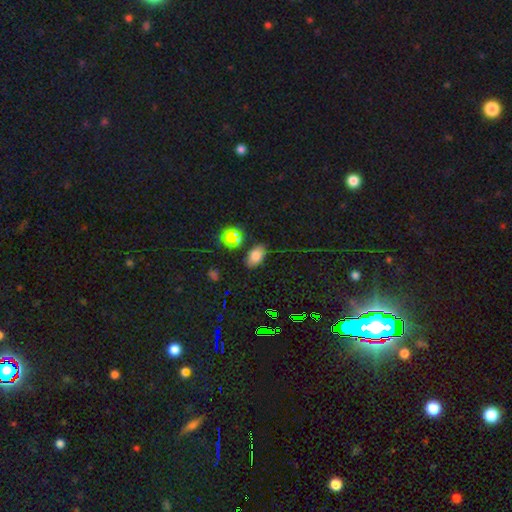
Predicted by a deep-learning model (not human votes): Q: Smooth or featured?
A: smooth (73%); runner-up: star or artifact (18%)
Q: How rounded?
A: in between (86%); runner-up: round (12%)
Q: Merging?
A: none (78%); runner-up: minor disturbance (13%)